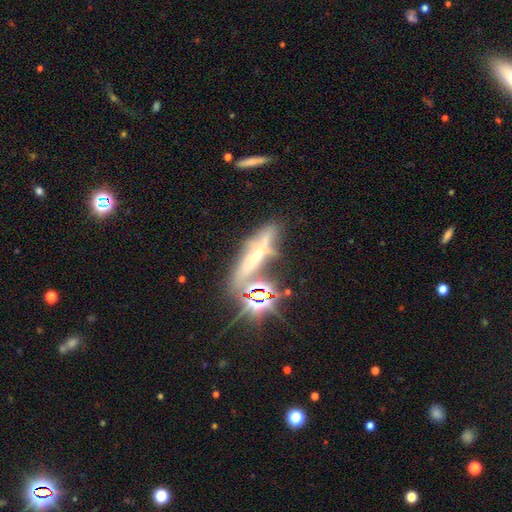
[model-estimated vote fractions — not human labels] featured or disk 42%, star or artifact 35%, smooth 22%. Down the decision tree: merging — none (54%).